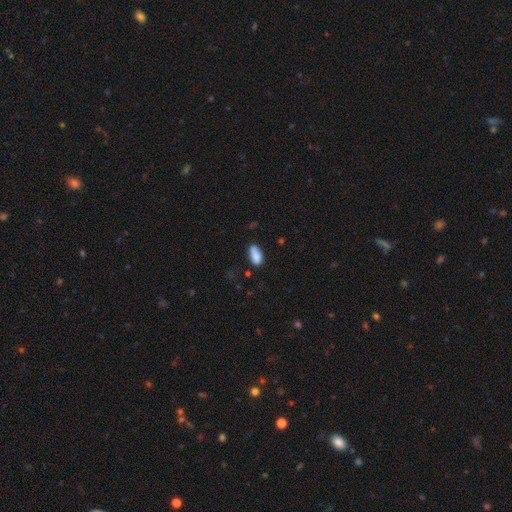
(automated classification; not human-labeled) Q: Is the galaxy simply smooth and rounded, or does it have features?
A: smooth — 82%.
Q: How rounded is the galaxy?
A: in between — 89%.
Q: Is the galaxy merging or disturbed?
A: none — 60%.